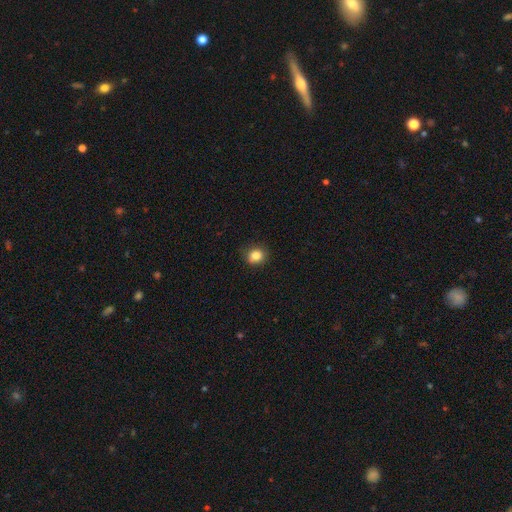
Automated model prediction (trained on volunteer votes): Smooth or featured? Predicted: smooth (p=0.85). How rounded? Predicted: round (p=0.71). Merging? Predicted: none (p=0.84).